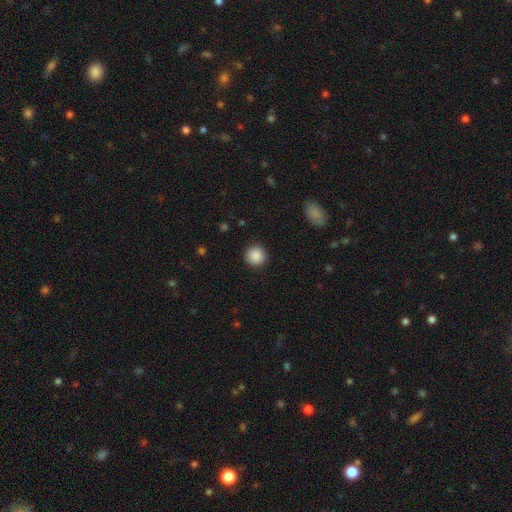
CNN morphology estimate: type=smooth (89%); roundness=round (95%); merging=none (91%).